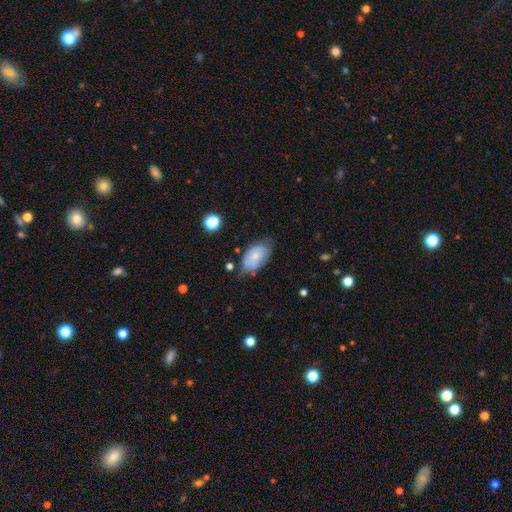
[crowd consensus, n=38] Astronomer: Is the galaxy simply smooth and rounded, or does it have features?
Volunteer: smooth — 61%.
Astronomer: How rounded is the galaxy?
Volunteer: in between — 100%.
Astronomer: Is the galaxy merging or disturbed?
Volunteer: none — 50% (runner-up: minor disturbance, 47%).